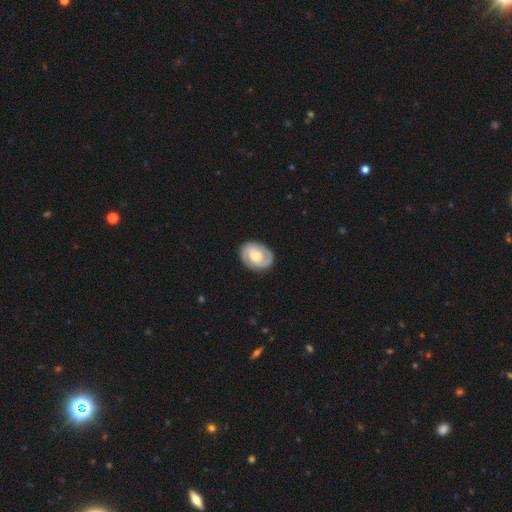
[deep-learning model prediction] A featured or disk galaxy (70%) with no bar (62%), 2 (76%) tight (55%) spiral arms (88%) and a moderate central bulge (47%).

Vote fractions:
- Smooth or featured? featured or disk: 70% / smooth: 24% / star or artifact: 6%
- Edge-on disk? no: 97% / yes: 3%
- Bar? no: 62% / weak: 31% / strong: 7%
- Spiral arms? yes: 88% / no: 12%
- Spiral winding? tight: 55% / medium: 34% / loose: 10%
- Spiral arm count? 2: 76% / can't tell: 13% / 1: 5% / 3: 4% / 4: 1% / more than 4: 1%
- Bulge size? moderate: 47% / small: 36% / large: 11% / none: 4% / dominant: 2%
- Merging? none: 83% / minor disturbance: 12% / major disturbance: 4% / merger: 1%